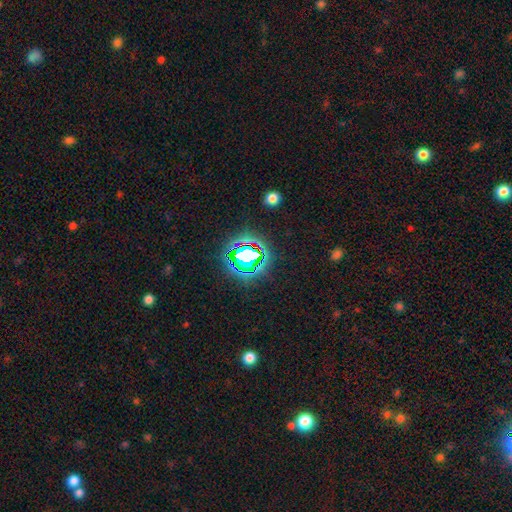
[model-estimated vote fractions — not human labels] The model was most divided on "smooth or featured": star or artifact: 73%, smooth: 17%, featured or disk: 11%.